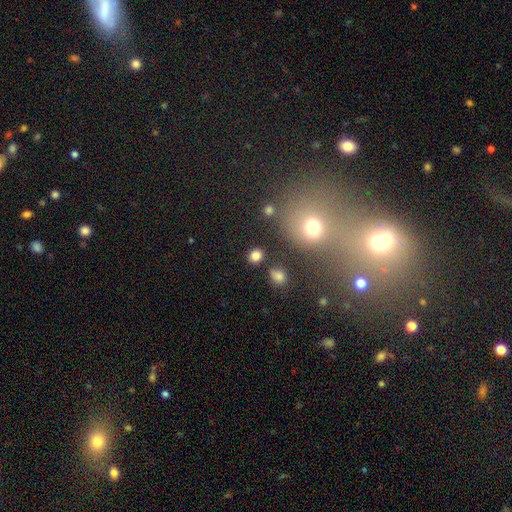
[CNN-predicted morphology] The model was most divided on "how rounded": round: 73%, in between: 26%, cigar-shaped: 1%. More confident: merging — none (82%); smooth or featured — smooth (82%).